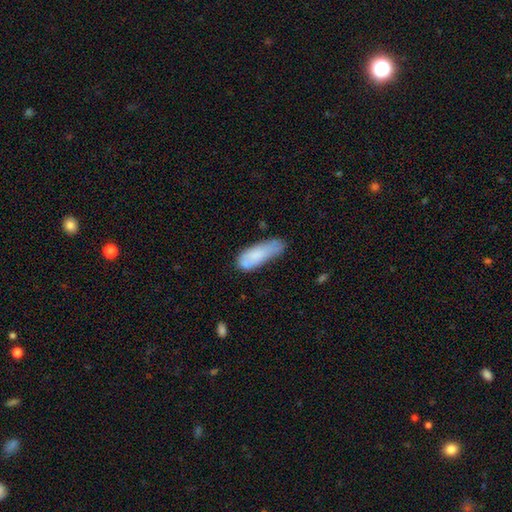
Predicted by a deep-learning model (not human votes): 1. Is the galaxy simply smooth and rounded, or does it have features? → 74% smooth, 19% featured or disk, 8% star or artifact.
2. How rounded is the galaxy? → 57% in between, 41% cigar-shaped, 2% round.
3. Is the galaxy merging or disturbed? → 43% none, 35% minor disturbance, 14% major disturbance, 8% merger.